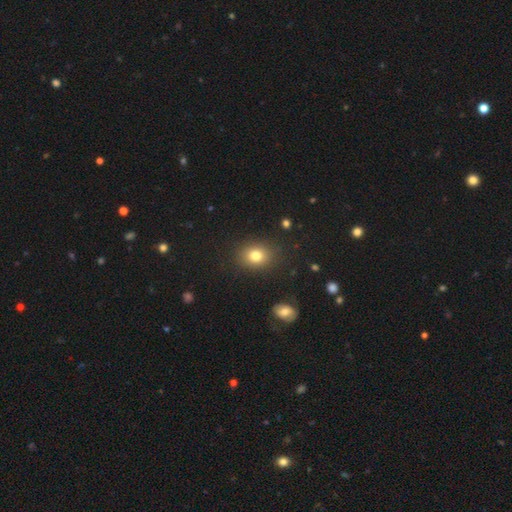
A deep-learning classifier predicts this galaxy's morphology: This is likely a smooth galaxy (80%). How rounded: possibly round (50%). Merging: clearly none (86%).